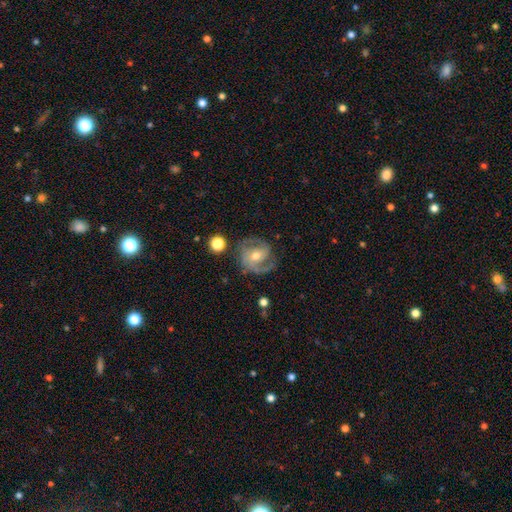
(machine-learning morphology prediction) type=featured or disk (83%); edge-on=no (97%); bar=weak (41%, tied with no); spiral arms=yes (94%); winding=medium (50%); arm count=2 (79%); bulge=moderate (60%); merging=none (72%).